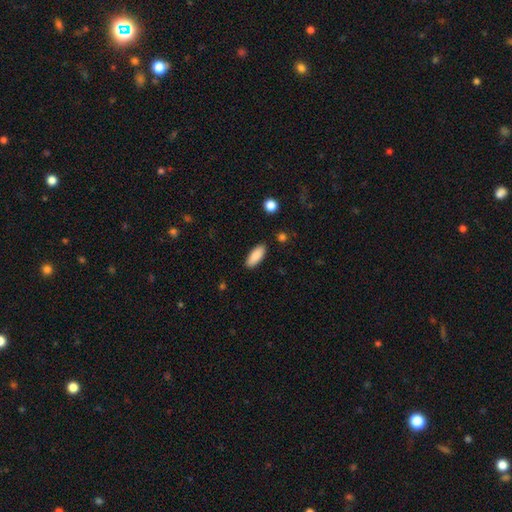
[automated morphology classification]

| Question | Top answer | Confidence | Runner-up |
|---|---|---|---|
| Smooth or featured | smooth | 88% | star or artifact (6%) |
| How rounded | in between | 76% | cigar-shaped (22%) |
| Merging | none | 88% | minor disturbance (8%) |